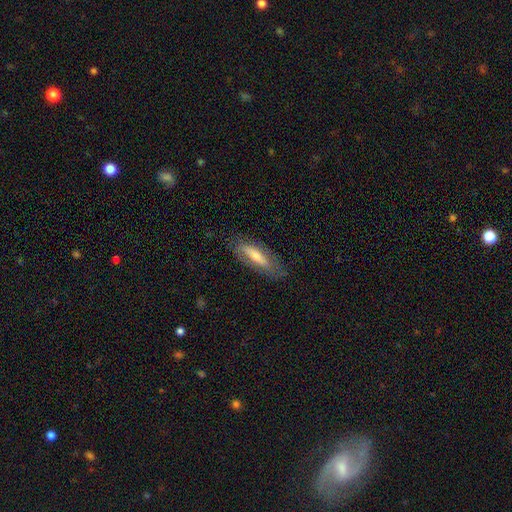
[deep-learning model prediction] Overall: smooth (48%; featured or disk 45%). Merging: none (75%).